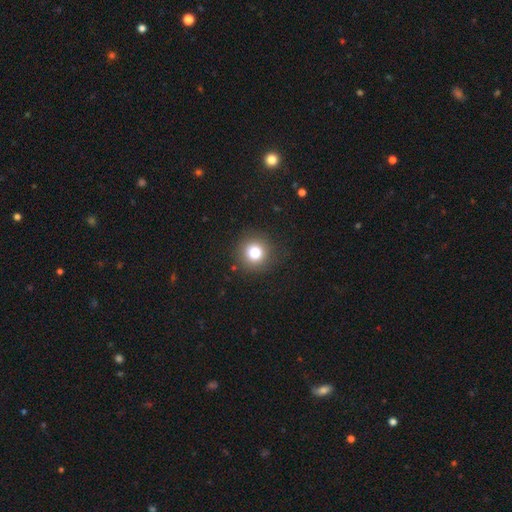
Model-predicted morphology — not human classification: This is likely a smooth galaxy (78%). How rounded: clearly round (94%). Merging: clearly none (91%).